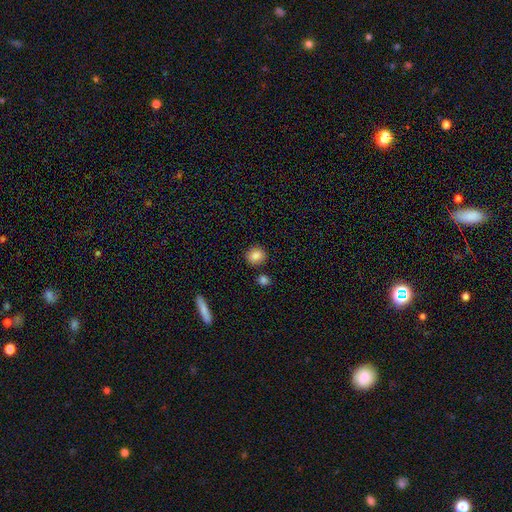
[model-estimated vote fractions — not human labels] Overall: smooth (86%). How rounded: round (79%). Merging: none (84%).